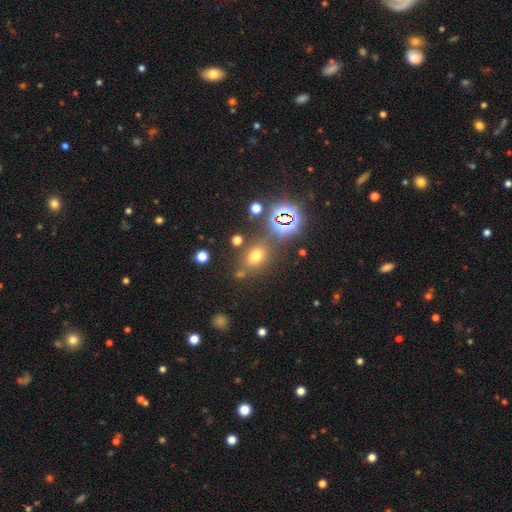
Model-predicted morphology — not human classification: Q: Smooth or featured?
A: smooth (59%); runner-up: star or artifact (30%)
Q: How rounded?
A: in between (52%); runner-up: round (46%)
Q: Merging?
A: none (71%); runner-up: minor disturbance (13%)